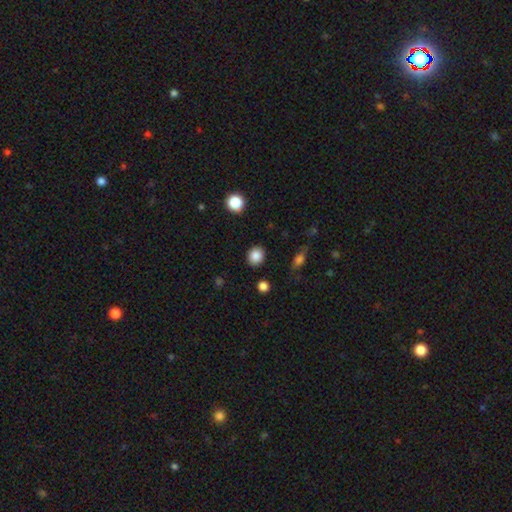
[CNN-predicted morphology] Smooth or featured?
  - smooth: 86% *
  - star or artifact: 10%
  - featured or disk: 4%
How rounded?
  - round: 75% *
  - in between: 24%
  - cigar-shaped: 1%
Merging?
  - none: 89% *
  - minor disturbance: 7%
  - major disturbance: 2%
  - merger: 2%